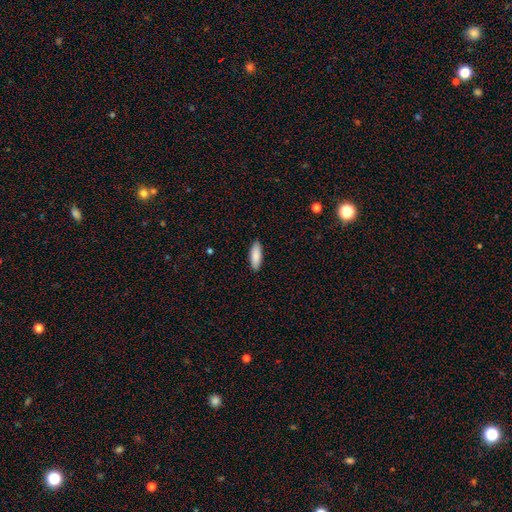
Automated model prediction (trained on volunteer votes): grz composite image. It shows a smooth galaxy with no disk features (88%) that is in between round and cigar-shaped (62%). Merging: none (90%).